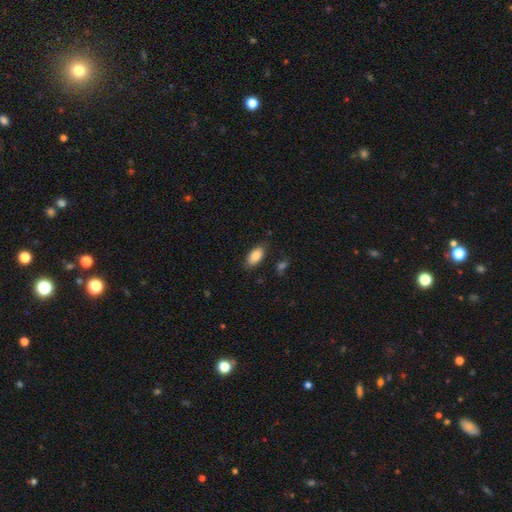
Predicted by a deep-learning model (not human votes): smooth-or-featured: smooth: 85% | featured or disk: 8% | star or artifact: 7%
  how-rounded: in between: 92% | cigar-shaped: 5% | round: 3%
  merging: none: 81% | minor disturbance: 13% | major disturbance: 3% | merger: 2%